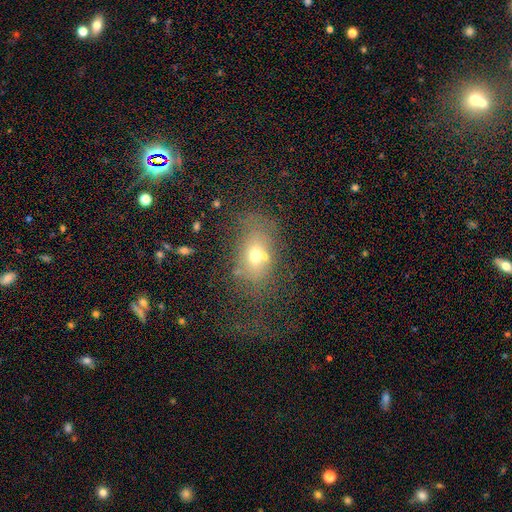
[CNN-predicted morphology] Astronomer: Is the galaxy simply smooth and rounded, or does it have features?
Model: smooth — 59%.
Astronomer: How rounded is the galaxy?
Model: in between — 72%.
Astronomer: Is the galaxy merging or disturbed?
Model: none — 38% (runner-up: major disturbance, 26%).